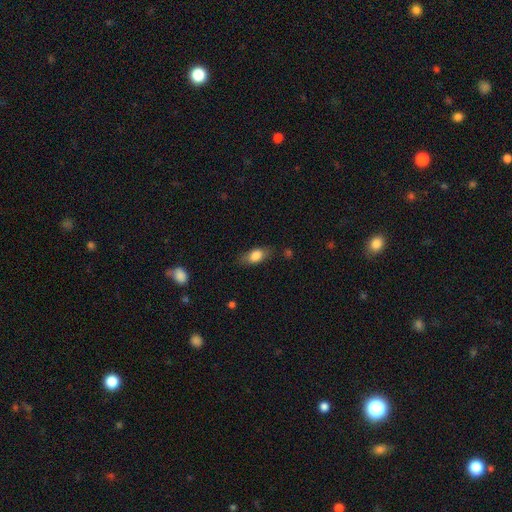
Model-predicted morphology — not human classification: Overall: smooth (79%). How rounded: in between (82%). Merging: none (75%).